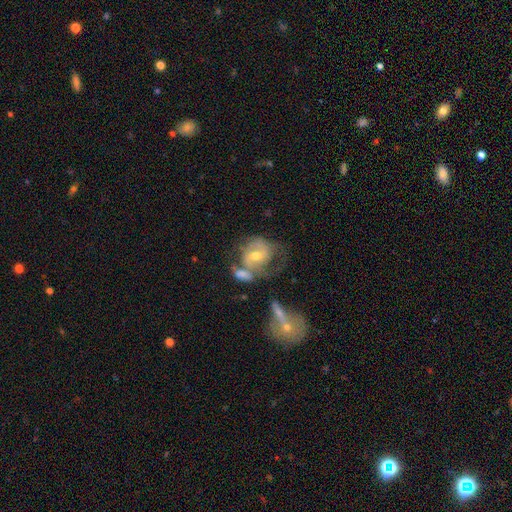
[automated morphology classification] A featured or disk galaxy (73%) with no bar (52%), 2 (61%) tight (42%) spiral arms (81%) and a moderate central bulge (63%). Merging: none (35%).